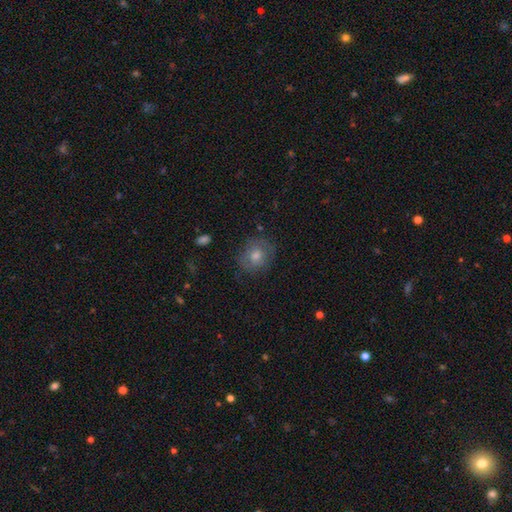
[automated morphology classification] smooth-or-featured: smooth: 60% | featured or disk: 26% | star or artifact: 14%
  how-rounded: round: 71% | in between: 28% | cigar-shaped: 1%
  merging: none: 79% | minor disturbance: 15% | major disturbance: 5% | merger: 1%